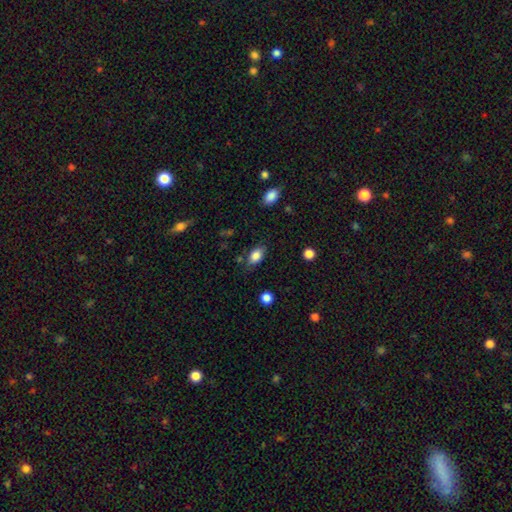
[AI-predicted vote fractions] This is clearly a smooth galaxy (84%). How rounded: clearly in between (86%). Merging: likely none (76%).